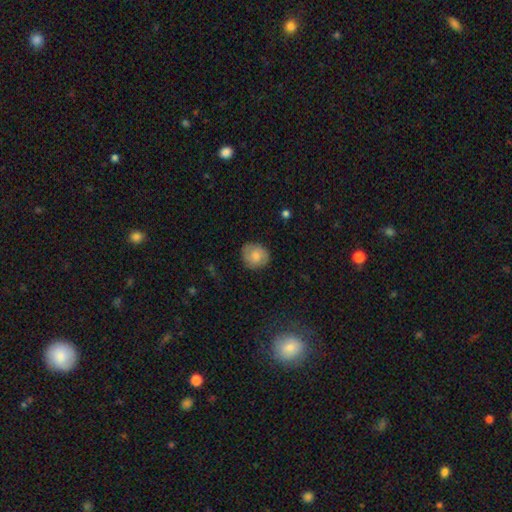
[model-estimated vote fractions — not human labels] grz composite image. It shows a smooth galaxy with no disk features (75%) that is round (83%). Merging: none (82%).